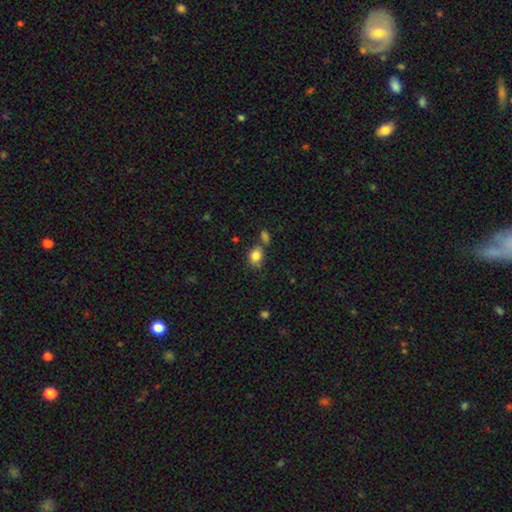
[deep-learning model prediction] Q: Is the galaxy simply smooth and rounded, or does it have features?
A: smooth — 83%.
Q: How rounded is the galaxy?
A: in between — 54%.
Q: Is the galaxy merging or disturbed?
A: none — 55%.